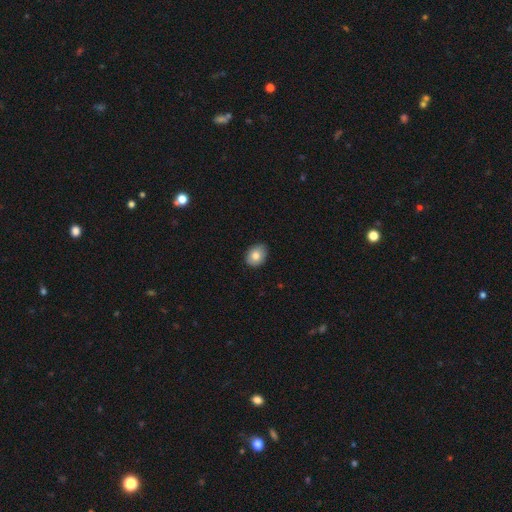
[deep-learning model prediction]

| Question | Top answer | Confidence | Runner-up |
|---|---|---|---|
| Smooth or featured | smooth | 80% | featured or disk (12%) |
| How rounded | in between | 58% | round (41%) |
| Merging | none | 86% | minor disturbance (12%) |